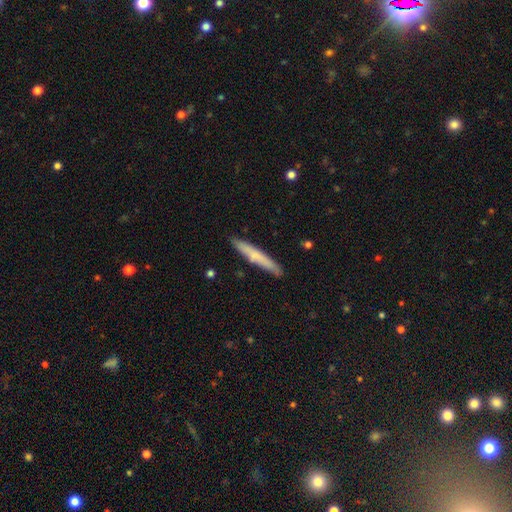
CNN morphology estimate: This appears to be a smooth galaxy with no disk features (64%) that is cigar-shaped (95%). Merging: none (87%).